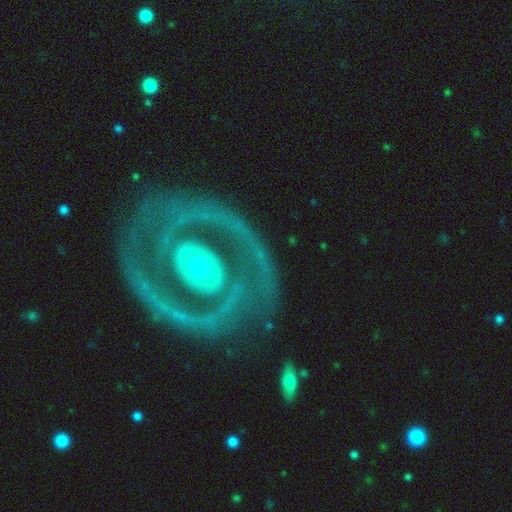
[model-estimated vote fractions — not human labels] Morphology: type=featured or disk (86%); edge-on=no (97%); bar=no (76%); spiral arms=yes (74%); winding=tight (70%); arm count=2 (50%); bulge=moderate (50%); merging=none (75%).